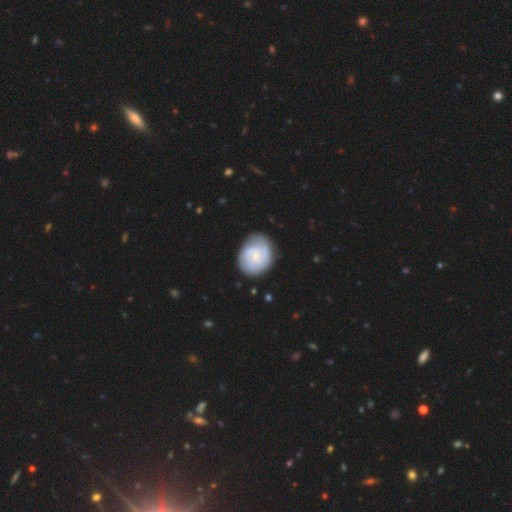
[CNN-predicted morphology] Overall: featured or disk (74%). Edge-on disk: no (98%). Bar: no (64%; weak 32%). Spiral arms: yes (94%). Spiral arm count: 2 (31%; can't tell 29%). Spiral winding: tight (60%; medium 32%). Bulge size: small (69%). Merging: none (78%).